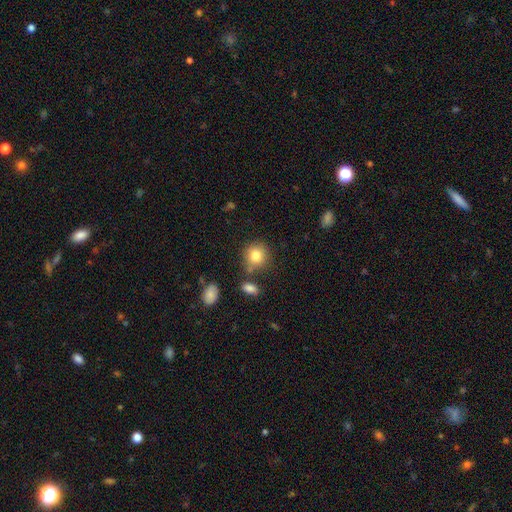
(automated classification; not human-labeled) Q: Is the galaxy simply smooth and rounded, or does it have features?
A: smooth — 81%.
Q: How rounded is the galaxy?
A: round — 86%.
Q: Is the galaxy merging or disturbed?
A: none — 76%.